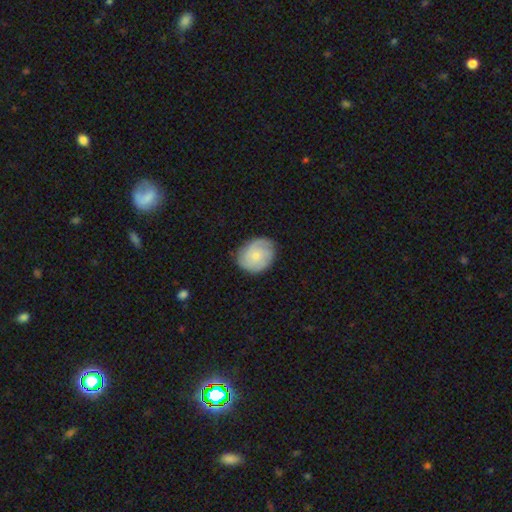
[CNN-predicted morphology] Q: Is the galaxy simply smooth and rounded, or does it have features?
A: smooth — 51%.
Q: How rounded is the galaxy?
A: round — 55%.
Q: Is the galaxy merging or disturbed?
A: none — 76%.